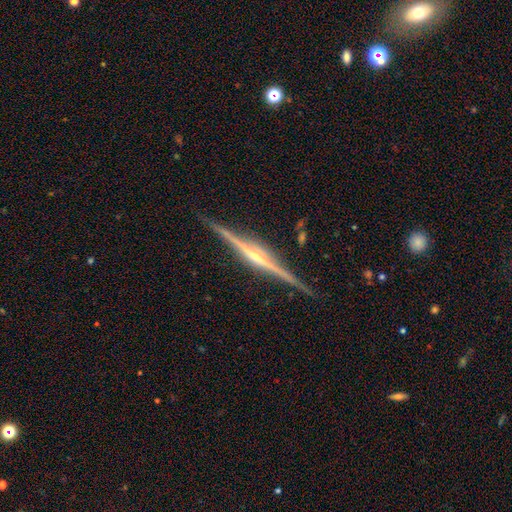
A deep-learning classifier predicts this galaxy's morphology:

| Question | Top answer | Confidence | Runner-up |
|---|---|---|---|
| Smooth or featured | featured or disk | 88% | smooth (7%) |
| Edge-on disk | yes | 98% | no (2%) |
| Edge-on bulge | rounded | 67% | none (19%) |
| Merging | none | 89% | minor disturbance (8%) |